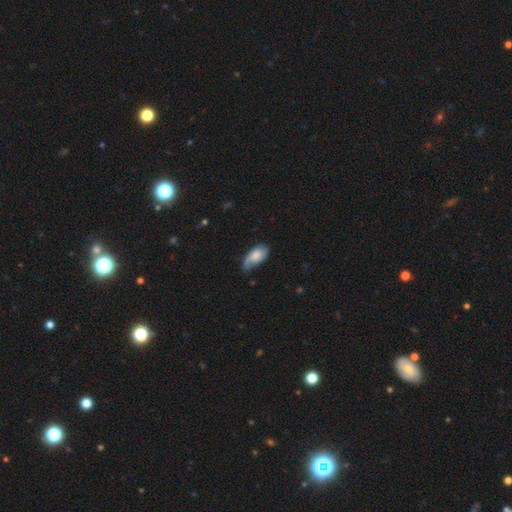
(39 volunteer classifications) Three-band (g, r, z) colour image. It shows a smooth galaxy with no disk features (49%) that is in between round and cigar-shaped (89%). Merging: none (51%).